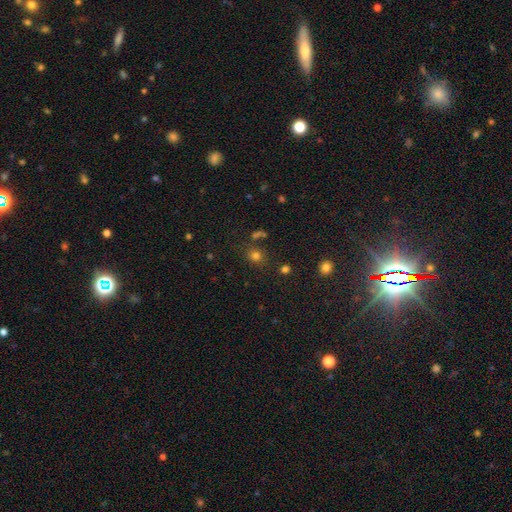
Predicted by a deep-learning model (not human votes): smooth 74%, star or artifact 19%, featured or disk 7%. Down the decision tree: how rounded — round (73%); merging — none (78%).